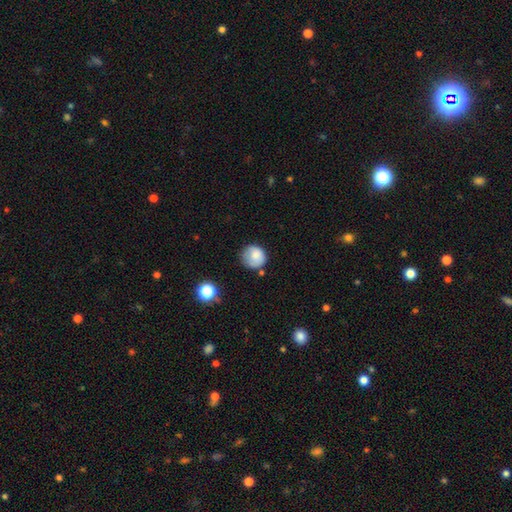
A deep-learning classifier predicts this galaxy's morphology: Q: Smooth or featured?
A: smooth (79%); runner-up: featured or disk (12%)
Q: How rounded?
A: round (85%); runner-up: in between (14%)
Q: Merging?
A: none (63%); runner-up: minor disturbance (26%)